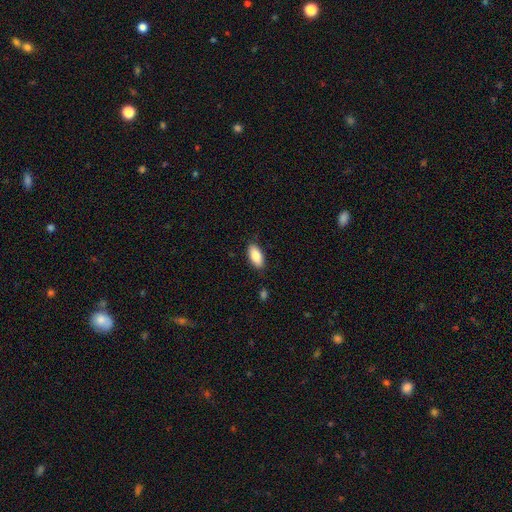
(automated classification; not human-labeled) This is clearly a smooth galaxy (84%). How rounded: clearly in between (88%). Merging: clearly none (85%).